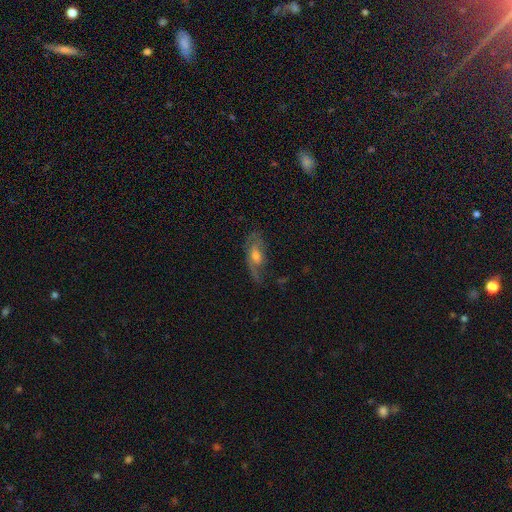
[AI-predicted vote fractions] Smooth or featured? Predicted: featured or disk (p=0.55). Edge-on disk? Predicted: no (p=0.81). Merging? Predicted: none (p=0.56).